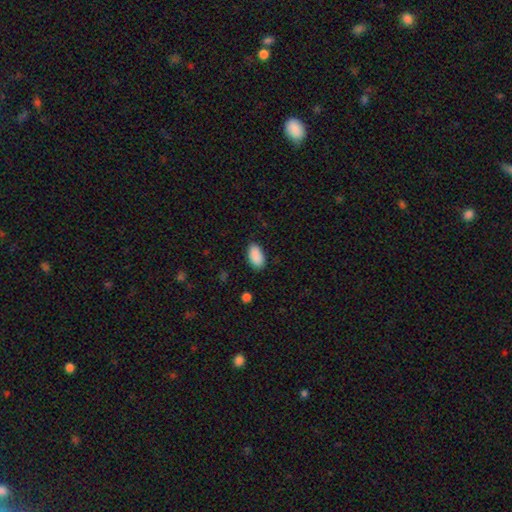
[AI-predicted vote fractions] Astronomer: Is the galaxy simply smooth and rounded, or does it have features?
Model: smooth — 90%.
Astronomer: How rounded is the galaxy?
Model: in between — 94%.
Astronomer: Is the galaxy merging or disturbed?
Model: none — 86%.